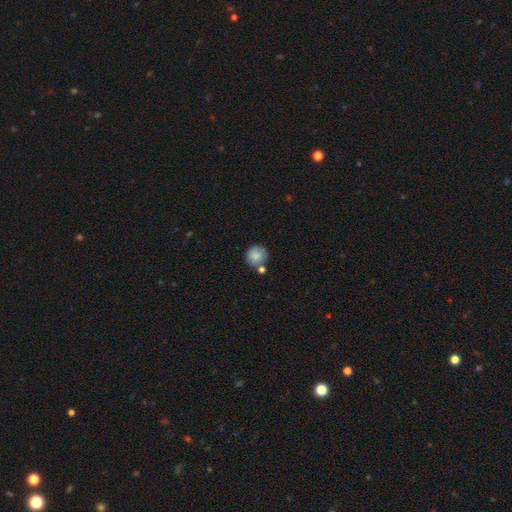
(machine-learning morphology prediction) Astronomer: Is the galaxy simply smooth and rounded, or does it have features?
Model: smooth — 85%.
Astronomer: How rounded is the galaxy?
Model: round — 90%.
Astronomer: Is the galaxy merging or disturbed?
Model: none — 65%.